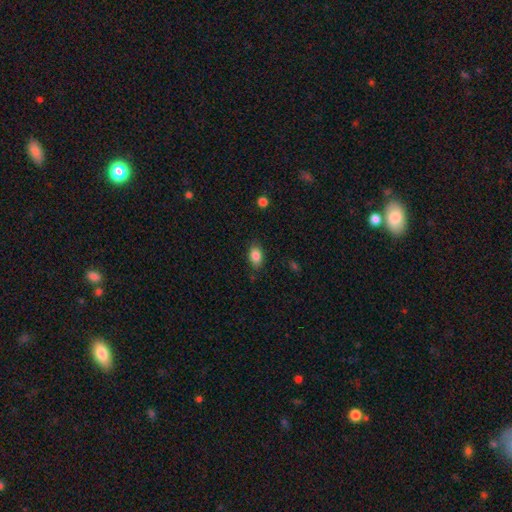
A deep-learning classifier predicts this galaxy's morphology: smooth_or_featured: smooth (p=0.86) [alt: star or artifact p=0.09]
how_rounded: in between (p=0.84) [alt: round p=0.15]
merging: none (p=0.82) [alt: minor disturbance p=0.13]